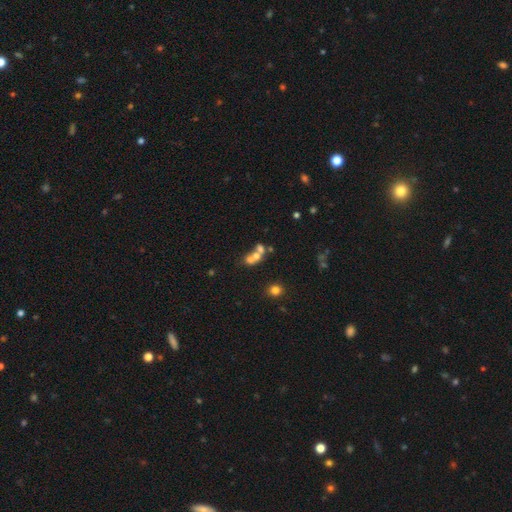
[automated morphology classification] This appears to be a smooth galaxy with no disk features (54%) that is round (56%). Merging: merger (62%).